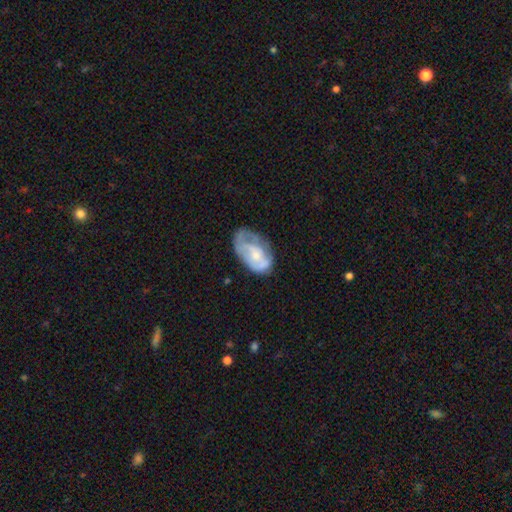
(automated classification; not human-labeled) Overall: featured or disk (55%; smooth 39%). Edge-on disk: no (96%). Bar: no (76%). Spiral arms: yes (54%; no 46%). Bulge size: small (53%; moderate 36%). Merging: none (40%; minor disturbance 33%).